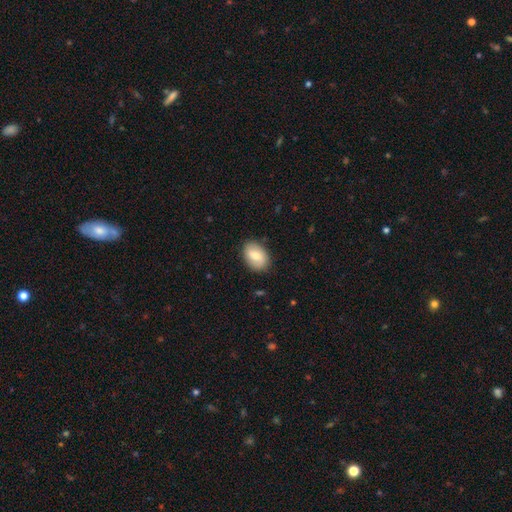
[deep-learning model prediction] smooth 71%, featured or disk 22%, star or artifact 7%. Down the decision tree: how rounded — in between (82%); merging — none (85%).